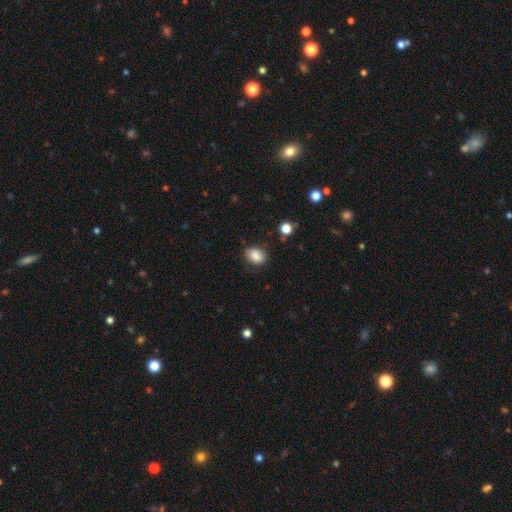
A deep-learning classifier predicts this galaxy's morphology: A smooth galaxy with no disk features (83%) that is in between round and cigar-shaped (61%).

Vote fractions:
- Smooth or featured? smooth: 83% / star or artifact: 9% / featured or disk: 7%
- How rounded? in between: 61% / round: 38% / cigar-shaped: 1%
- Merging? none: 75% / minor disturbance: 18% / major disturbance: 5% / merger: 2%